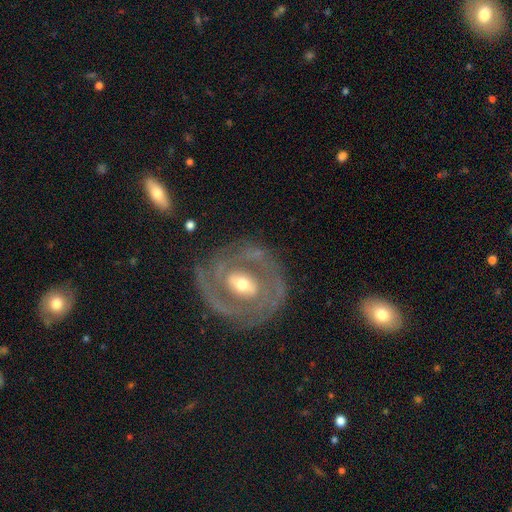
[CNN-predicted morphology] Smooth or featured?
  - featured or disk: 83% *
  - smooth: 11%
  - star or artifact: 6%
Edge-on disk?
  - no: 96% *
  - yes: 4%
Bar?
  - weak: 37% *
  - no: 36%
  - strong: 28%
Spiral arms?
  - yes: 76% *
  - no: 24%
Spiral winding?
  - tight: 62% *
  - medium: 29%
  - loose: 9%
Spiral arm count?
  - 2: 56% *
  - can't tell: 22%
  - 3: 9%
  - 1: 7%
  - 4: 3%
  - more than 4: 3%
Bulge size?
  - moderate: 63% *
  - small: 29%
  - large: 5%
  - none: 1%
  - dominant: 1%
Merging?
  - none: 77% *
  - minor disturbance: 14%
  - major disturbance: 7%
  - merger: 2%